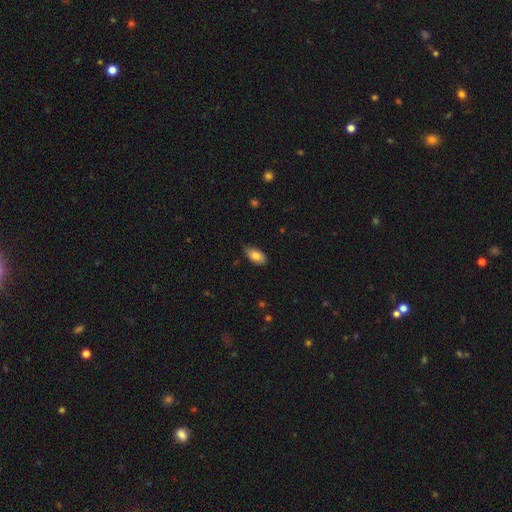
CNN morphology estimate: The model was most divided on "merging": none: 76%, minor disturbance: 20%, major disturbance: 3%, merger: 1%. More confident: how rounded — in between (93%); smooth or featured — smooth (83%).